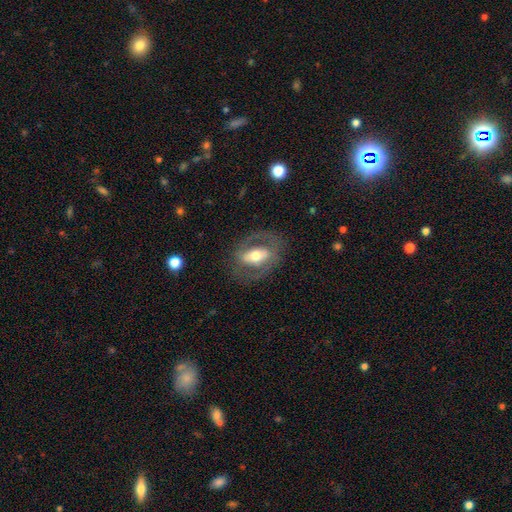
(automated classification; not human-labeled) Smooth or featured? featured or disk (63%)
Edge-on disk? no (90%)
Bar? strong (42%)
Spiral arms? no (56%)
Bulge size? moderate (65%)
Merging? none (72%)